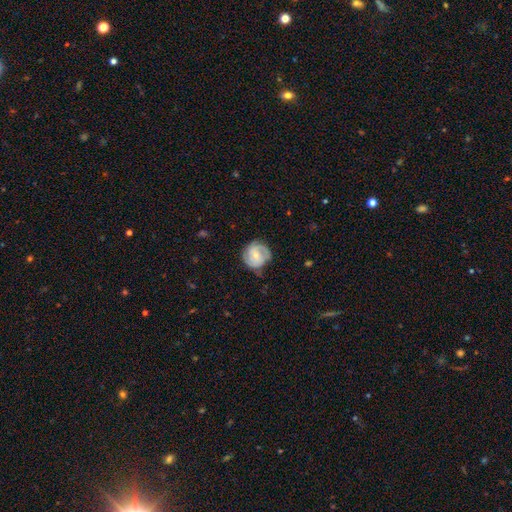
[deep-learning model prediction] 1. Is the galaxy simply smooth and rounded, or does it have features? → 62% featured or disk, 32% smooth, 6% star or artifact.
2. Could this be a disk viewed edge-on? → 97% no, 3% yes.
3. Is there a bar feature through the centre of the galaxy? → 55% no, 35% weak, 10% strong.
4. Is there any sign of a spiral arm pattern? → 87% yes, 13% no.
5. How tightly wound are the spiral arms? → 49% tight, 38% medium, 13% loose.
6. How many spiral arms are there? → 51% 2, 21% can't tell, 17% 3, 5% 1, 3% 4, 2% more than 4.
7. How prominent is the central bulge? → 54% small, 42% moderate, 2% none, 2% large, 1% dominant.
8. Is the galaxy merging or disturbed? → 63% none, 26% minor disturbance, 9% major disturbance, 2% merger.